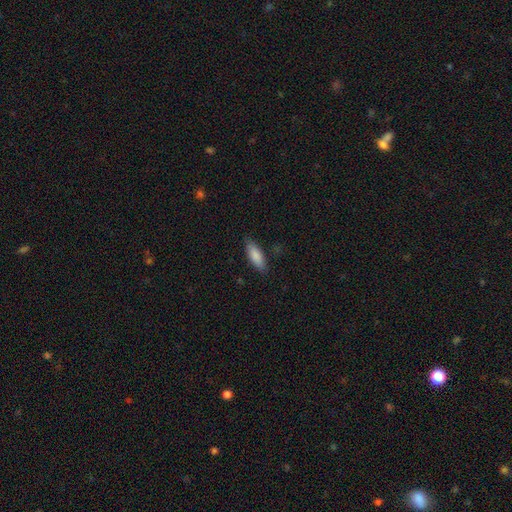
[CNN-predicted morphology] type=smooth (85%); roundness=in between (64%); merging=none (83%).